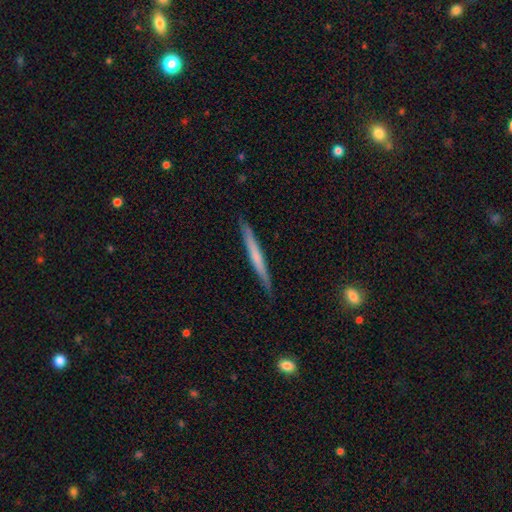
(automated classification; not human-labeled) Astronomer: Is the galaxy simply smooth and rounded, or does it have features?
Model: smooth — 49% (runner-up: featured or disk, 46%).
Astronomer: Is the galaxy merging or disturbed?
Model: none — 89%.